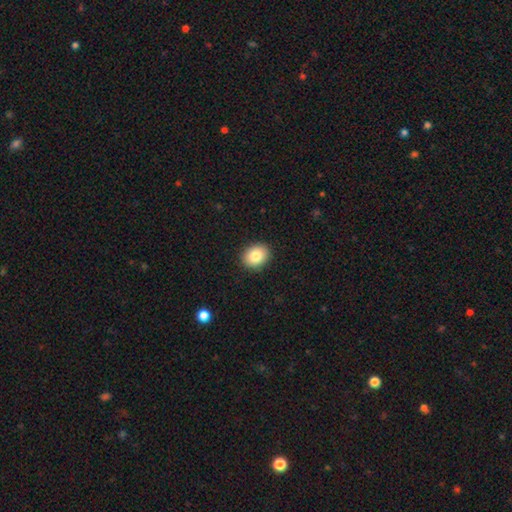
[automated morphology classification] Q: Smooth or featured?
A: smooth (84%); runner-up: star or artifact (8%)
Q: How rounded?
A: in between (51%); runner-up: round (48%)
Q: Merging?
A: none (91%); runner-up: minor disturbance (7%)